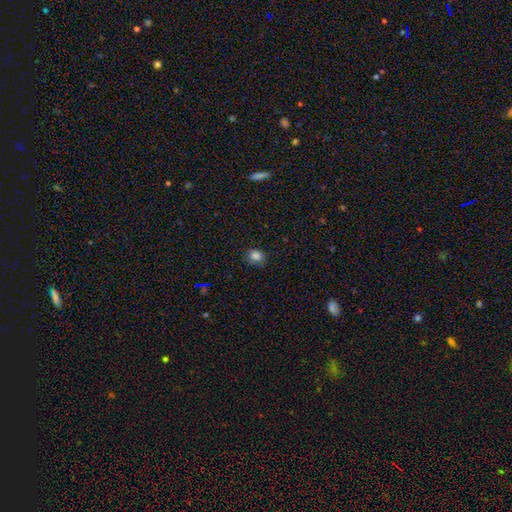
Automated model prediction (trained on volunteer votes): Smooth or featured: smooth — 82% (star or artifact — 13%)
How rounded: round — 52% (in between — 47%)
Merging: none — 79% (minor disturbance — 16%)